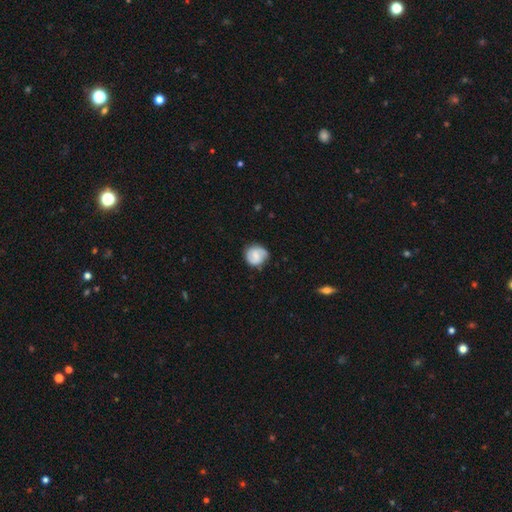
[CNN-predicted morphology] smooth_or_featured: smooth (p=0.47) [alt: featured or disk p=0.46]
merging: none (p=0.74) [alt: minor disturbance p=0.19]